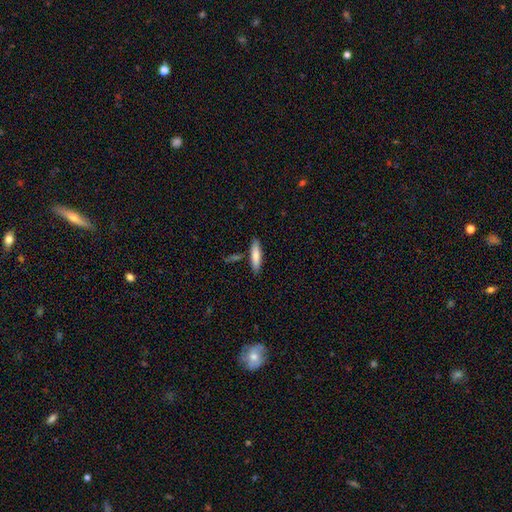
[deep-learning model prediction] Overall: smooth (78%). How rounded: cigar-shaped (73%). Merging: none (82%).